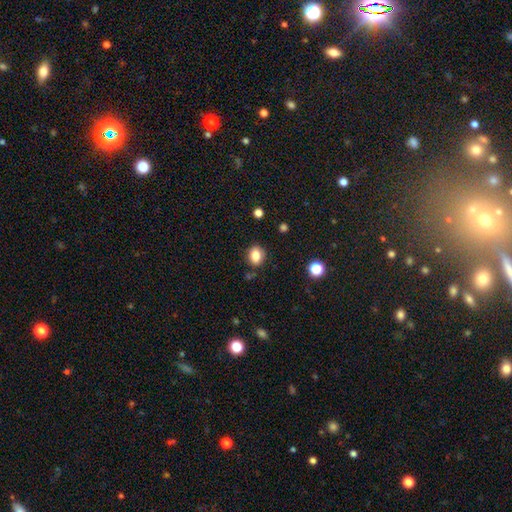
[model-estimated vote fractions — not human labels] Smooth or featured? Predicted: smooth (p=0.83). How rounded? Predicted: in between (p=0.52). Merging? Predicted: none (p=0.83).